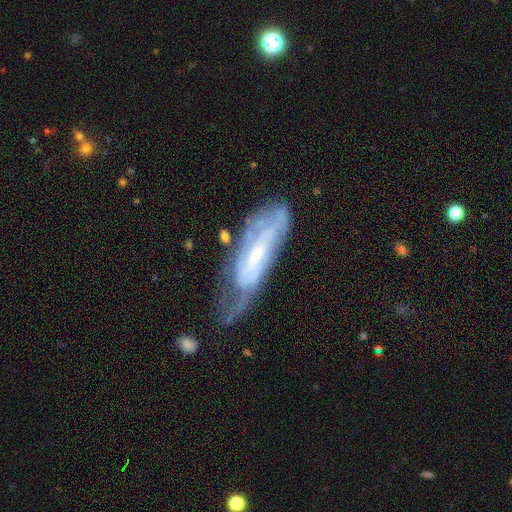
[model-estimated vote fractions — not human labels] Overall: featured or disk (72%). Edge-on disk: no (82%). Bar: no (45%; weak 39%). Spiral arms: yes (78%). Bulge size: small (60%; moderate 30%). Merging: none (33%, tied with minor disturbance).